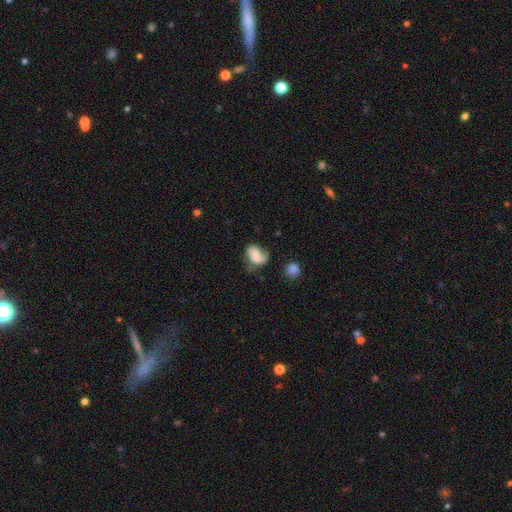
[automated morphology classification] This is possibly a smooth galaxy (49%). Merging: marginally none (39%).